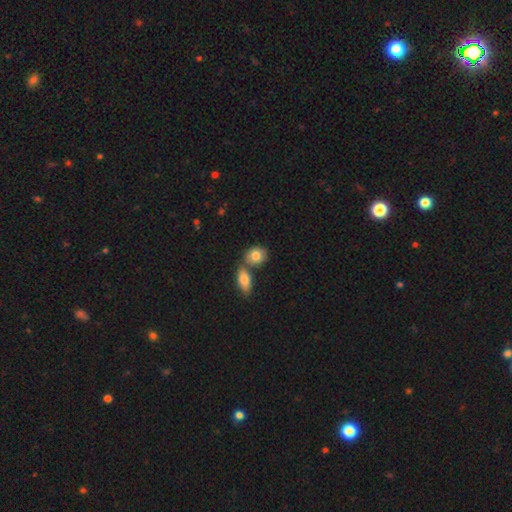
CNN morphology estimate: smooth_or_featured: smooth (p=0.83) [alt: featured or disk p=0.10]
how_rounded: in between (p=0.59) [alt: round p=0.39]
merging: none (p=0.51) [alt: merger p=0.35]